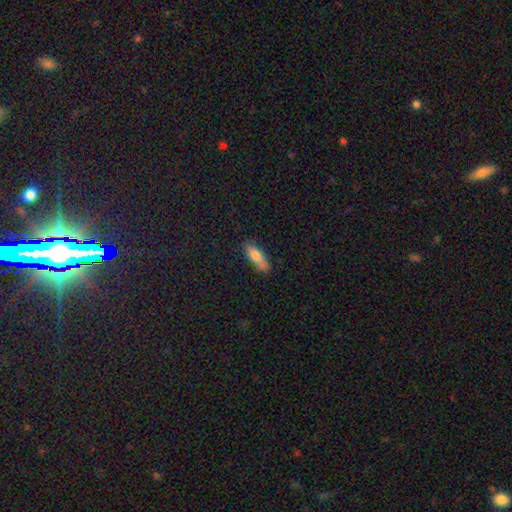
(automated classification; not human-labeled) Morphology: type=smooth (79%); roundness=in between (59%); merging=none (69%).